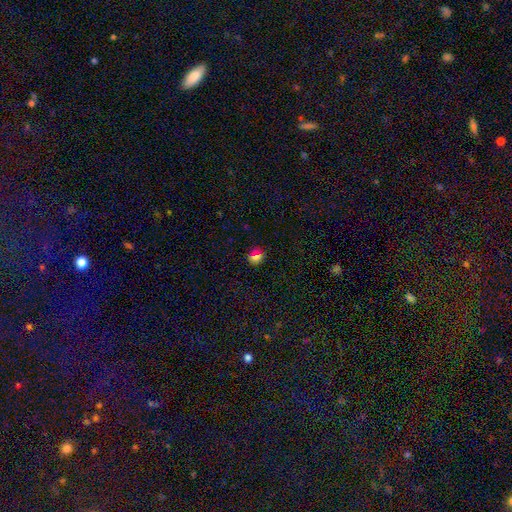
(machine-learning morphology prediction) This appears to be a smooth galaxy with no disk features (73%) that is round (74%). Merging: none (82%).